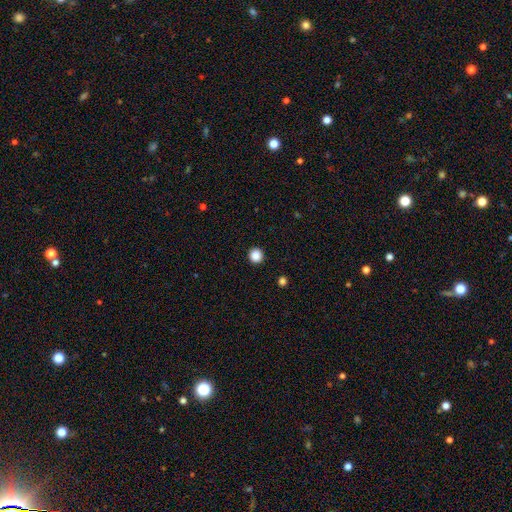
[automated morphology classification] Q: Smooth or featured?
A: smooth (87%); runner-up: star or artifact (10%)
Q: How rounded?
A: round (94%); runner-up: in between (5%)
Q: Merging?
A: none (93%); runner-up: minor disturbance (4%)